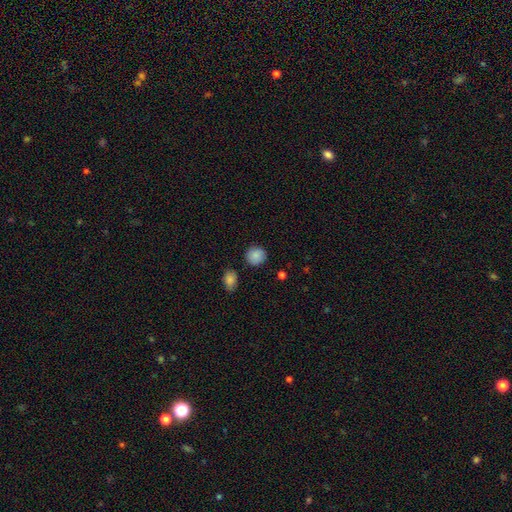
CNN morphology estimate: smooth 87%, star or artifact 8%, featured or disk 5%. Down the decision tree: how rounded — round (87%); merging — none (86%).